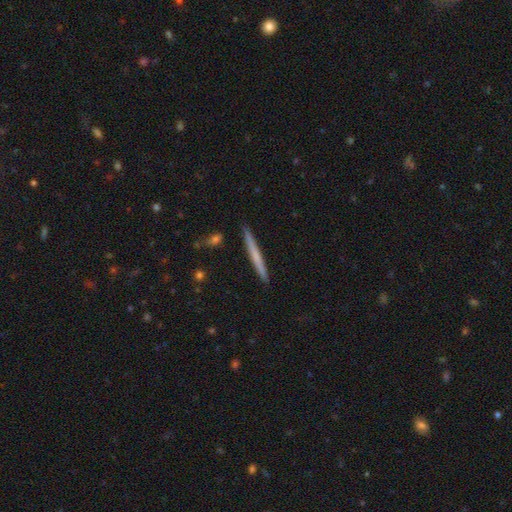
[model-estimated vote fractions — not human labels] Smooth or featured? Predicted: smooth (p=0.52). How rounded? Predicted: cigar-shaped (p=0.97). Merging? Predicted: none (p=0.91).